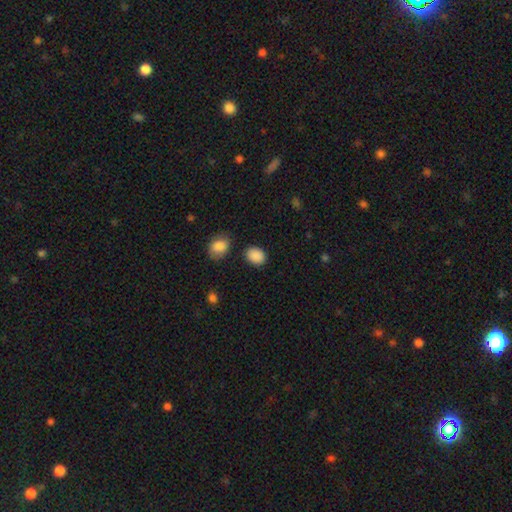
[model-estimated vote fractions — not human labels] Smooth or featured? smooth (89%)
How rounded? in between (67%)
Merging? none (82%)